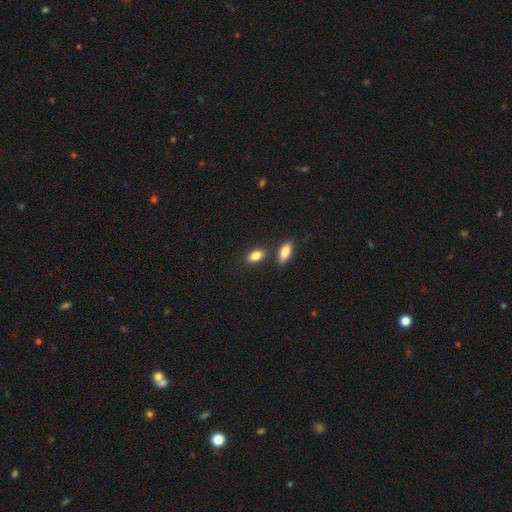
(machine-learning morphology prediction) Q: Smooth or featured?
A: smooth (84%); runner-up: featured or disk (8%)
Q: How rounded?
A: in between (88%); runner-up: round (8%)
Q: Merging?
A: none (72%); runner-up: merger (14%)